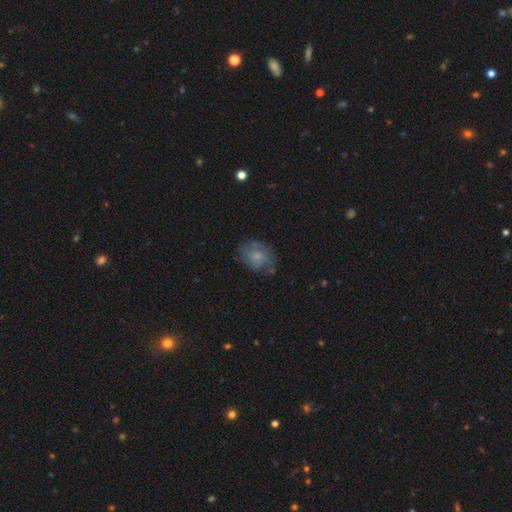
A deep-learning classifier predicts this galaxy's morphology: Overall: smooth (58%; featured or disk 33%). How rounded: in between (60%; round 39%). Merging: none (59%; minor disturbance 27%).